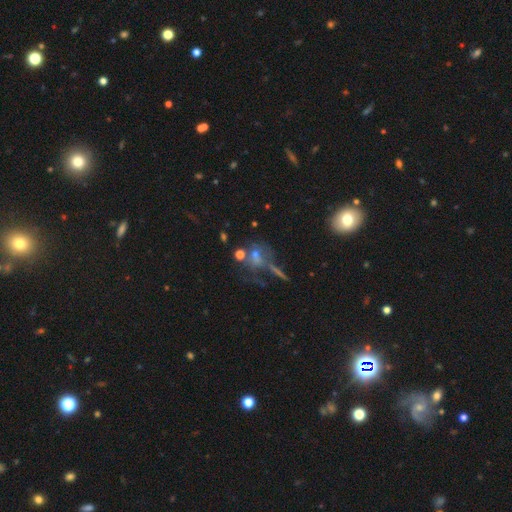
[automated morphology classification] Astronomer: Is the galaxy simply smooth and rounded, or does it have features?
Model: smooth — 34% (runner-up: featured or disk, 33%).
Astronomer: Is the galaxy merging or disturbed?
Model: none — 42% (runner-up: merger, 21%).